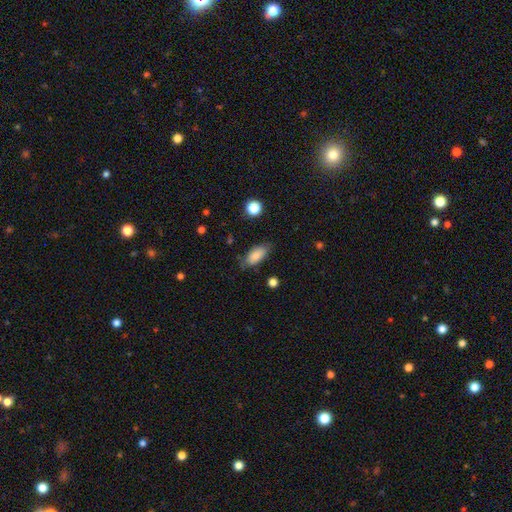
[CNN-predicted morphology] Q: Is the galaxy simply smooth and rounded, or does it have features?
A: smooth — 83%.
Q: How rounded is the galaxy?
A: in between — 85%.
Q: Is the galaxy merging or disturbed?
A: none — 73%.